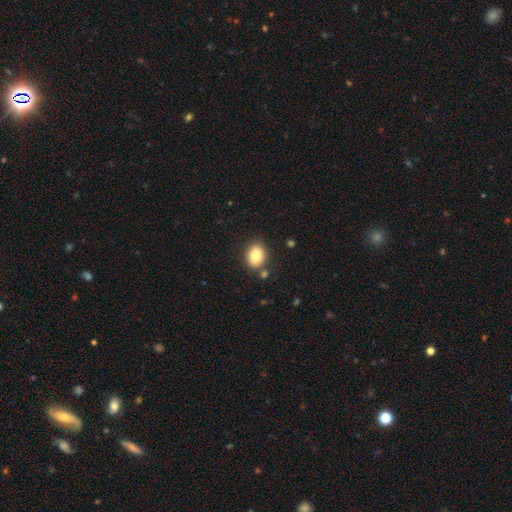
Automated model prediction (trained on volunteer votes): This appears to be a smooth galaxy with no disk features (84%) that is in between round and cigar-shaped (65%). Merging: none (82%).